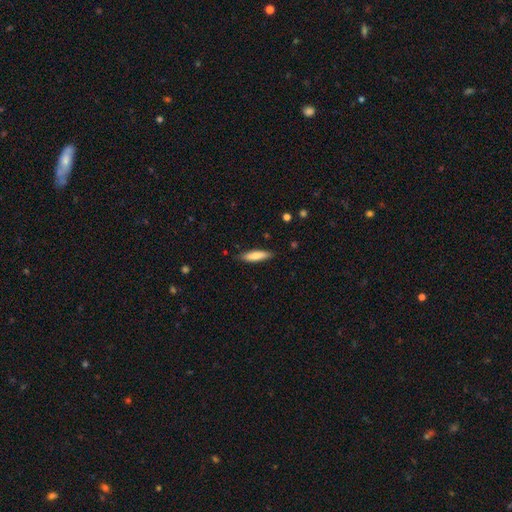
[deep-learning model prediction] This is likely a smooth galaxy (79%). How rounded: likely cigar-shaped (68%). Merging: clearly none (84%).